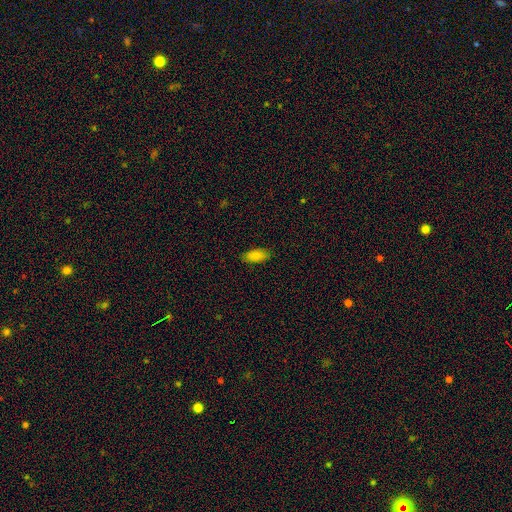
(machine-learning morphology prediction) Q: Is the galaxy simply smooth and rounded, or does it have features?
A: smooth — 86%.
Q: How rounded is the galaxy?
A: in between — 89%.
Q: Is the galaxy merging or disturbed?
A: none — 86%.